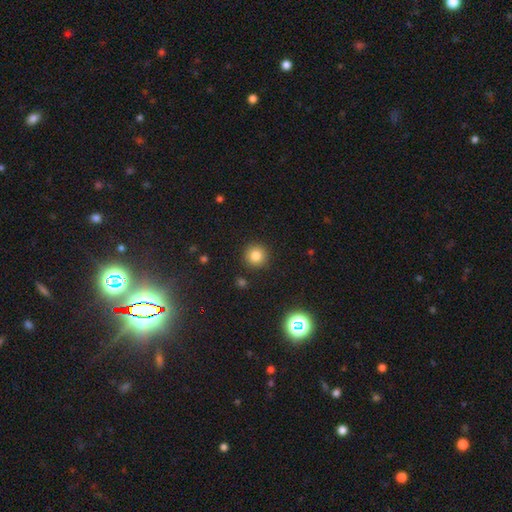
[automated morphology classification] smooth 82%, star or artifact 12%, featured or disk 6%. Down the decision tree: how rounded — round (94%); merging — none (90%).